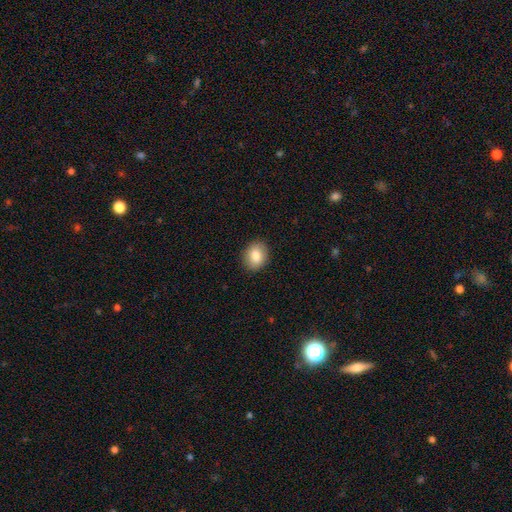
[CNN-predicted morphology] Q: Smooth or featured?
A: smooth (85%); runner-up: star or artifact (8%)
Q: How rounded?
A: in between (50%); runner-up: round (49%)
Q: Merging?
A: none (89%); runner-up: minor disturbance (8%)